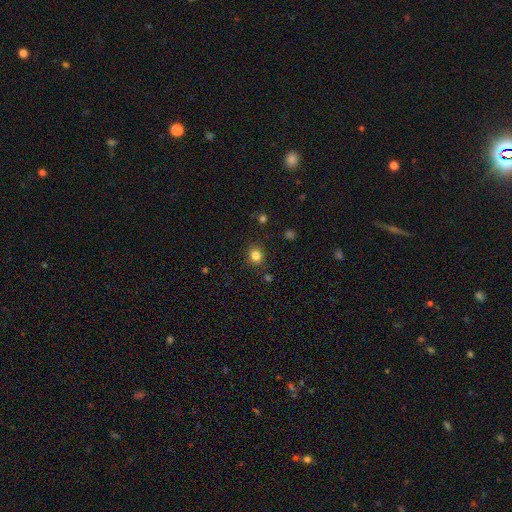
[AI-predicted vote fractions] Q: Smooth or featured?
A: smooth (82%); runner-up: star or artifact (13%)
Q: How rounded?
A: round (81%); runner-up: in between (19%)
Q: Merging?
A: none (87%); runner-up: minor disturbance (8%)